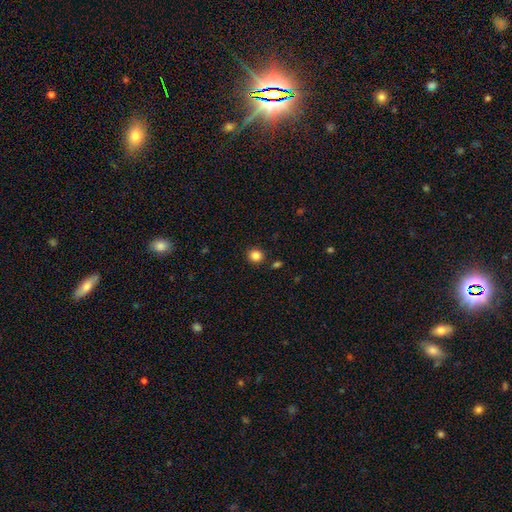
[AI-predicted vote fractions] This is clearly a smooth galaxy (85%). How rounded: clearly round (84%). Merging: clearly none (88%).